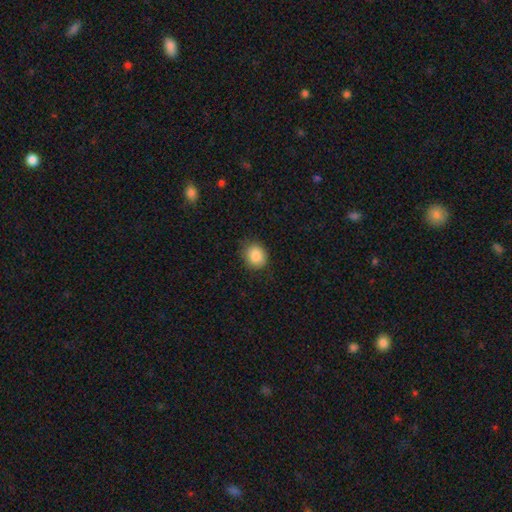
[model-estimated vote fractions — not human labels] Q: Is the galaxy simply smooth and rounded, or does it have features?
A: smooth — 87%.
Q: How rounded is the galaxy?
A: round — 67%.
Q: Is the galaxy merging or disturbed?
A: none — 83%.